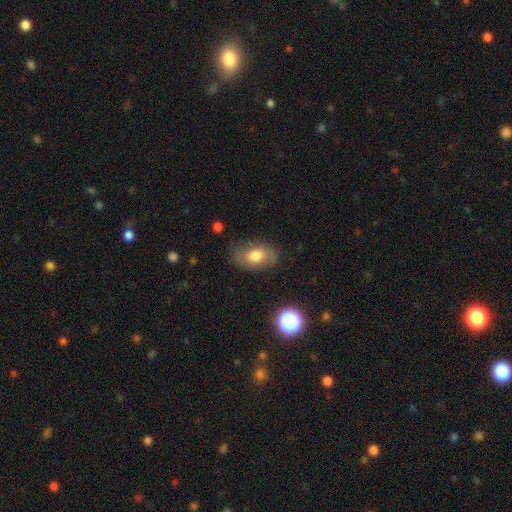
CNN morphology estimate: This is likely a smooth galaxy (69%). How rounded: clearly in between (88%). Merging: likely none (72%).